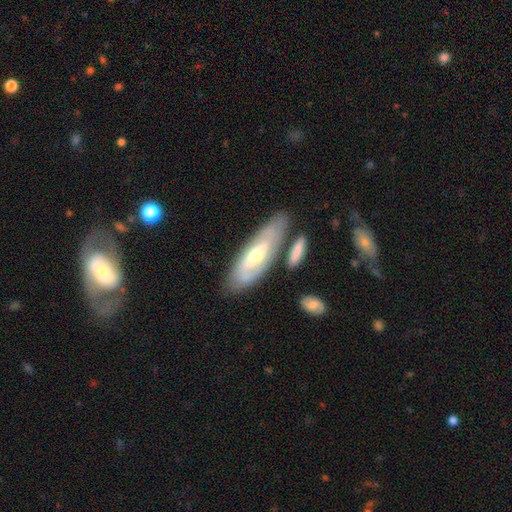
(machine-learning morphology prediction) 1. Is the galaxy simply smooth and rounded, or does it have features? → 61% featured or disk, 33% smooth, 6% star or artifact.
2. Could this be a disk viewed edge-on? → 74% no, 26% yes.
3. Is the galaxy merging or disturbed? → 71% none, 17% minor disturbance, 8% merger, 5% major disturbance.